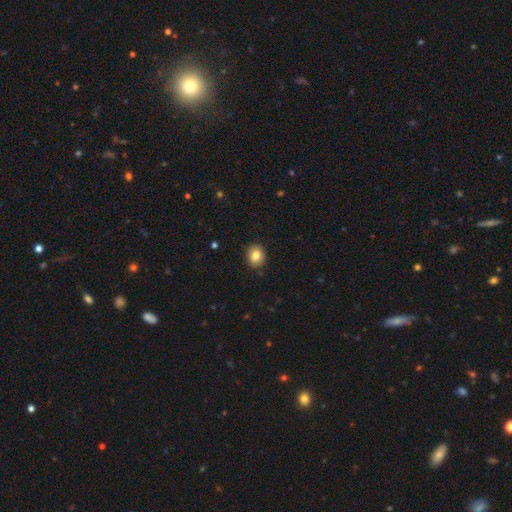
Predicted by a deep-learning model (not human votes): A smooth galaxy with no disk features (83%) that is round (62%).

Vote fractions:
- Smooth or featured? smooth: 83% / star or artifact: 9% / featured or disk: 8%
- How rounded? round: 62% / in between: 37% / cigar-shaped: 1%
- Merging? none: 90% / minor disturbance: 7% / major disturbance: 2% / merger: 1%